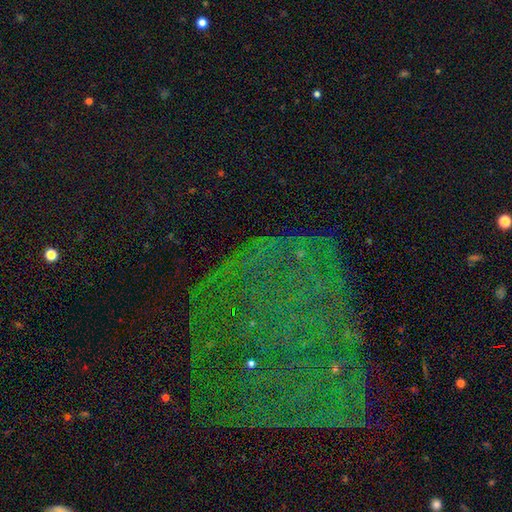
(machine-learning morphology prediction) Smooth or featured?
  - star or artifact: 74% *
  - featured or disk: 15%
  - smooth: 12%